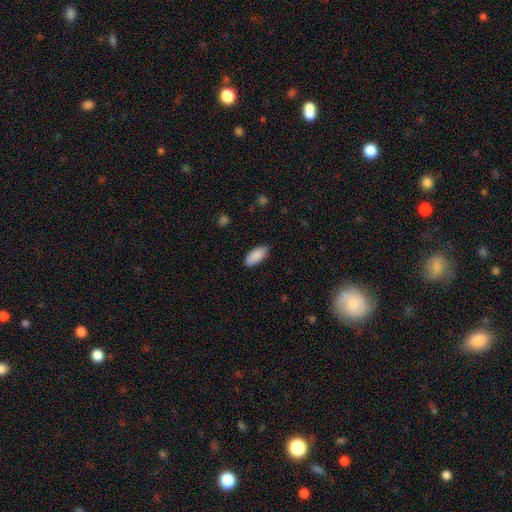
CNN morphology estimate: smooth_or_featured: smooth (p=0.90) [alt: star or artifact p=0.06]
how_rounded: in between (p=0.86) [alt: cigar-shaped p=0.12]
merging: none (p=0.86) [alt: minor disturbance p=0.11]